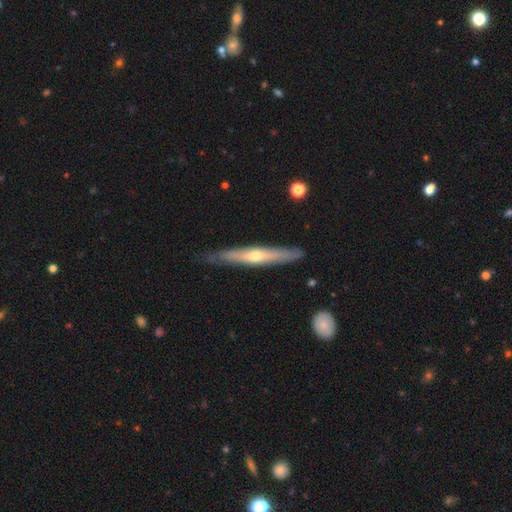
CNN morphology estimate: The model was most divided on "smooth or featured": featured or disk: 66%, smooth: 29%, star or artifact: 6%. More confident: edge-on disk — yes (92%); merging — none (84%); edge-on bulge — rounded (80%).